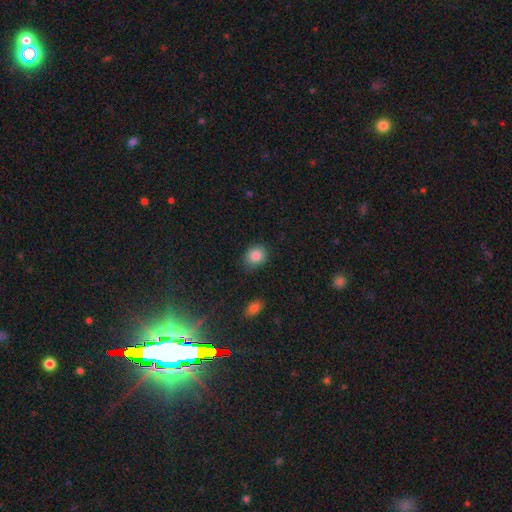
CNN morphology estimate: Overall: smooth (85%). How rounded: round (61%; in between 38%). Merging: none (78%).